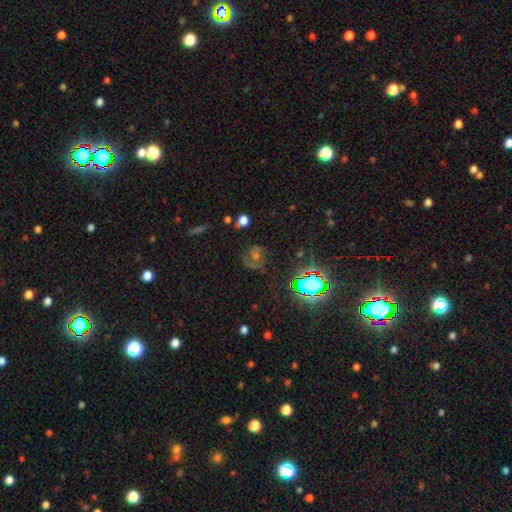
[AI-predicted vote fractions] Smooth or featured: star or artifact — 45% (smooth — 28%)